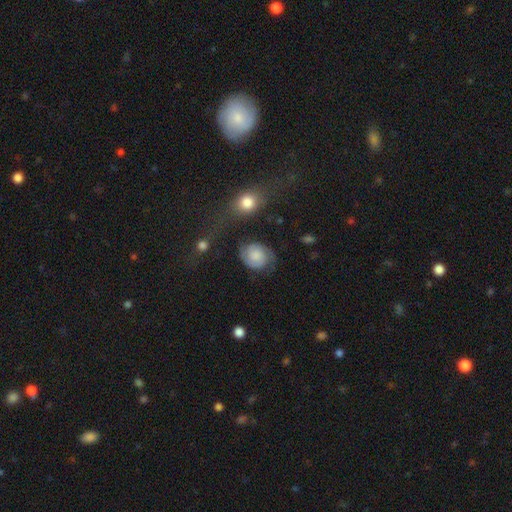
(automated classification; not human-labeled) featured or disk 50%, smooth 41%, star or artifact 9%. Down the decision tree: merging — none (63%).